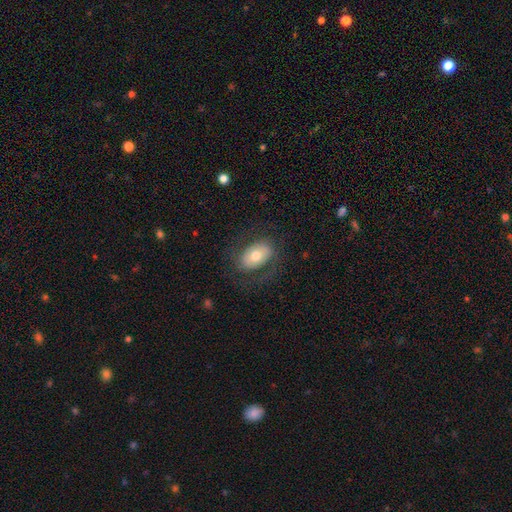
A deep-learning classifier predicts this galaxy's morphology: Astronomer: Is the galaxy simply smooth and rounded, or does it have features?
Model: smooth — 57% (runner-up: featured or disk, 36%).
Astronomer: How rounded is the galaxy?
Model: in between — 87%.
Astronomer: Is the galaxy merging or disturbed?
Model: none — 71%.